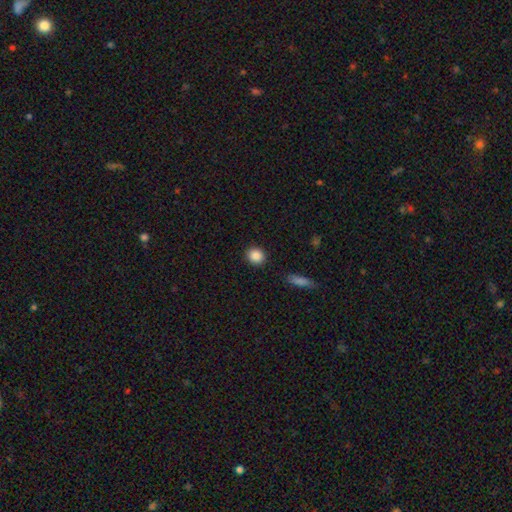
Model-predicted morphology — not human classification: This appears to be a smooth galaxy with no disk features (87%) that is round (83%). Merging: none (91%).